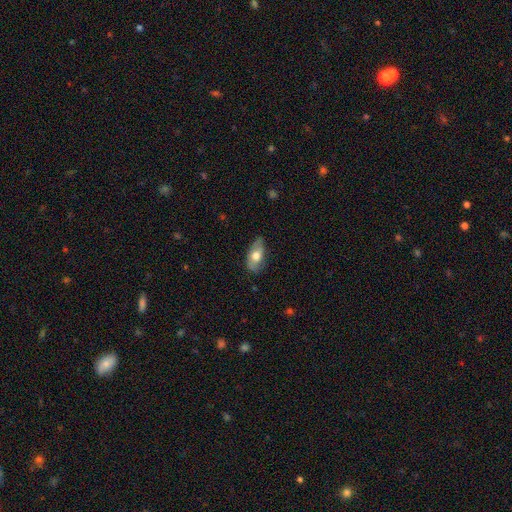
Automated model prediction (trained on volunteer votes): The model was most divided on "smooth or featured": smooth: 58%, featured or disk: 36%, star or artifact: 6%. More confident: how rounded — in between (89%); merging — none (65%).